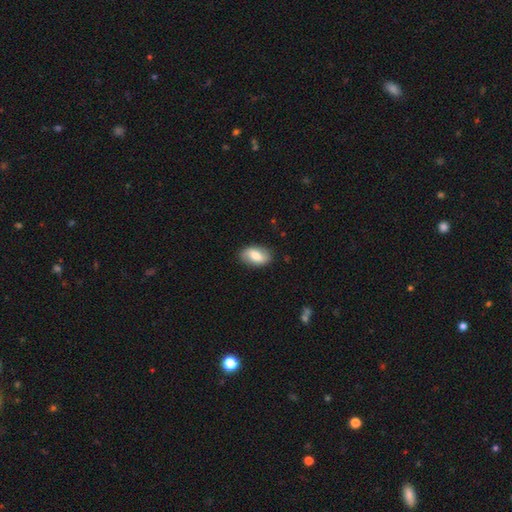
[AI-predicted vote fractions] Smooth or featured? smooth (66%)
How rounded? in between (92%)
Merging? none (84%)